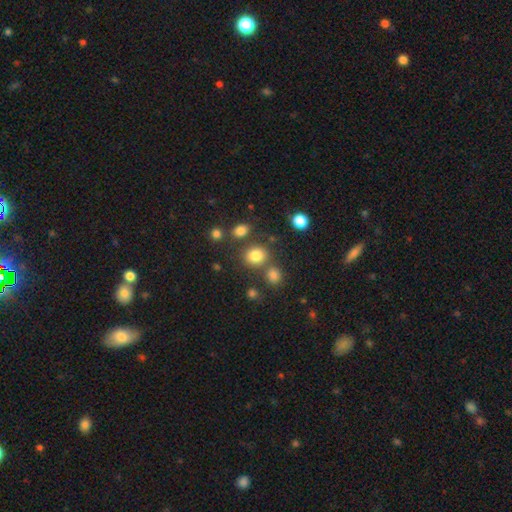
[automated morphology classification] smooth-or-featured: smooth: 80% | star or artifact: 13% | featured or disk: 7%
  how-rounded: round: 70% | in between: 29% | cigar-shaped: 1%
  merging: none: 72% | merger: 13% | minor disturbance: 10% | major disturbance: 4%